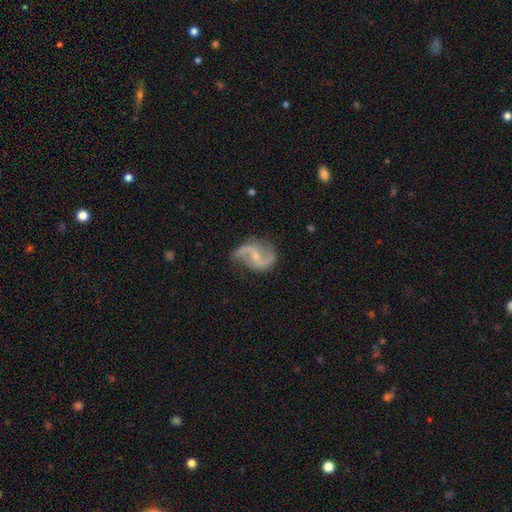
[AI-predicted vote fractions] smooth-or-featured: featured or disk: 88% | smooth: 7% | star or artifact: 5%
  disk-edge-on: no: 98% | yes: 2%
    bar: weak: 43% | no: 35% | strong: 22%
    has-spiral-arms: yes: 96% | no: 4%
      spiral-winding: loose: 65% | medium: 29% | tight: 7%
      spiral-arm-count: 2: 92% | can't tell: 2% | 1: 2% | 3: 1% | 4: 1% | more than 4: 1%
    bulge-size: small: 66% | moderate: 27% | none: 5% | large: 1% | dominant: 1%
  merging: none: 70% | minor disturbance: 20% | major disturbance: 9% | merger: 2%